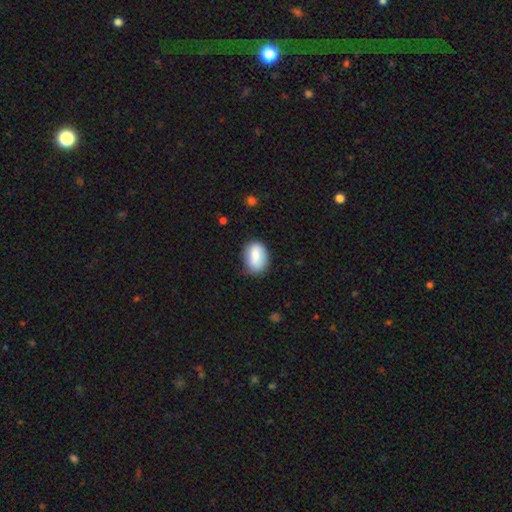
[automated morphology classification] The model was most divided on "merging": none: 70%, minor disturbance: 24%, major disturbance: 5%, merger: 2%. More confident: smooth or featured — smooth (82%); how rounded — in between (81%).